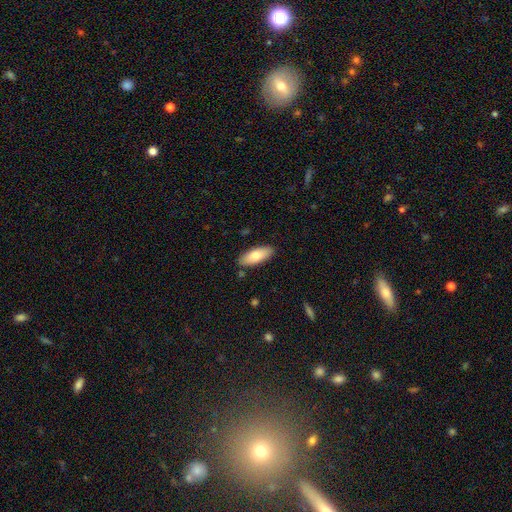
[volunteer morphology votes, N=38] Smooth or featured? 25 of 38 (66%) said smooth. How rounded? 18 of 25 (72%) said in between. Merging? 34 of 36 (94%) said none.